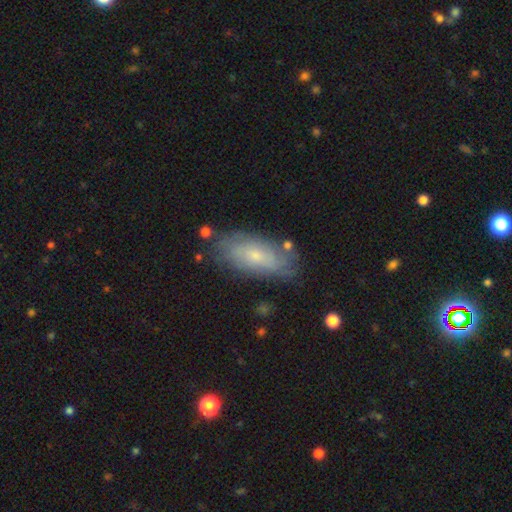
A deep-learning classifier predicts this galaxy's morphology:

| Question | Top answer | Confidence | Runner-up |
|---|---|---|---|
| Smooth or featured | smooth | 54% | featured or disk (39%) |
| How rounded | in between | 85% | cigar-shaped (12%) |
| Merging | none | 73% | minor disturbance (19%) |